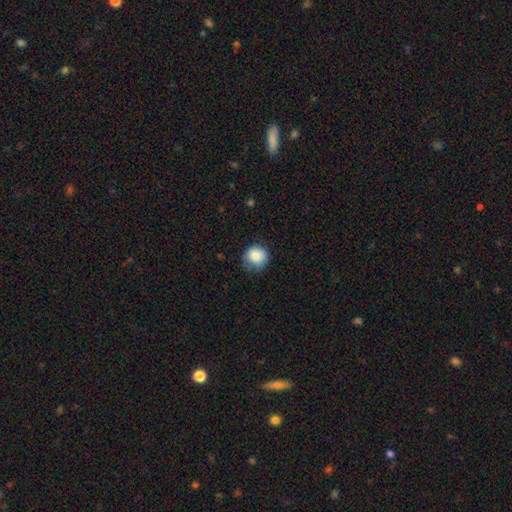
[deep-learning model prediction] Morphology: type=smooth (86%); roundness=round (90%); merging=none (70%).